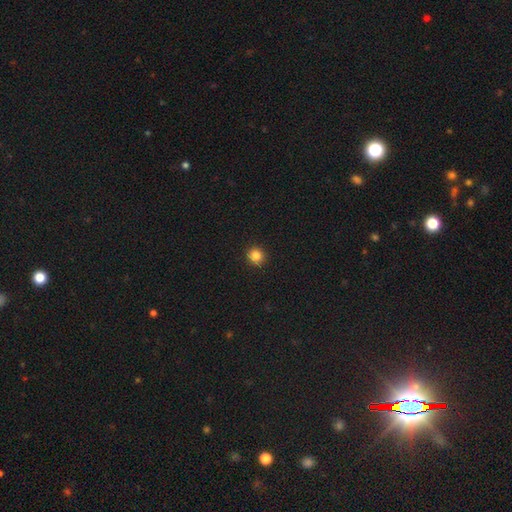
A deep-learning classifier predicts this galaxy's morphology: smooth_or_featured: smooth (p=0.85) [alt: star or artifact p=0.11]
how_rounded: round (p=0.91) [alt: in between p=0.08]
merging: none (p=0.93) [alt: minor disturbance p=0.05]